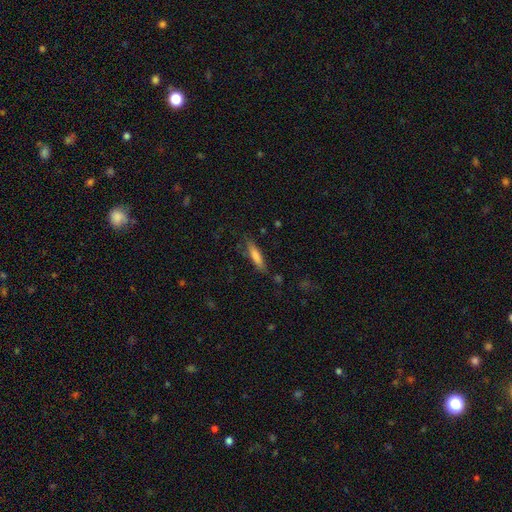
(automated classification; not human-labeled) Smooth or featured?
  - smooth: 75% *
  - featured or disk: 18%
  - star or artifact: 7%
How rounded?
  - cigar-shaped: 75% *
  - in between: 24%
  - round: 2%
Merging?
  - none: 76% *
  - minor disturbance: 17%
  - major disturbance: 5%
  - merger: 3%